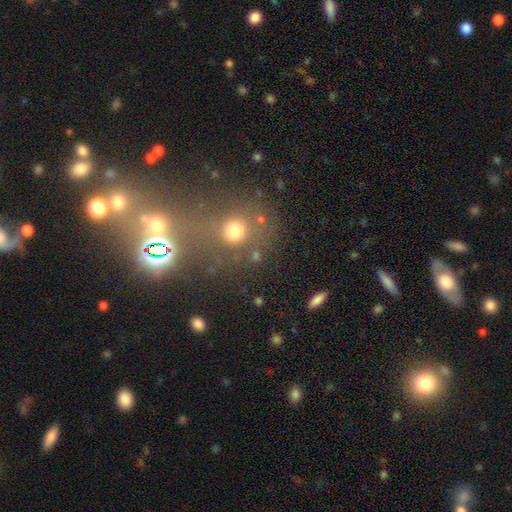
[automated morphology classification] The model was most divided on "smooth or featured": smooth: 60%, star or artifact: 29%, featured or disk: 11%. More confident: how rounded — round (81%); merging — none (70%).